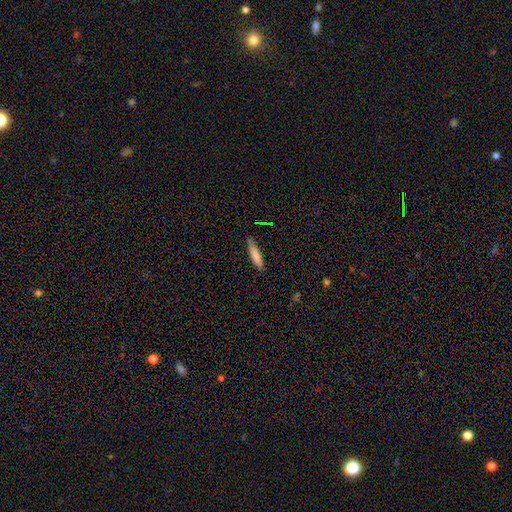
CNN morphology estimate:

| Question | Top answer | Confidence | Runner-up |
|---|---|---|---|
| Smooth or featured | smooth | 78% | featured or disk (16%) |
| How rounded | cigar-shaped | 82% | in between (17%) |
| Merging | none | 80% | minor disturbance (16%) |